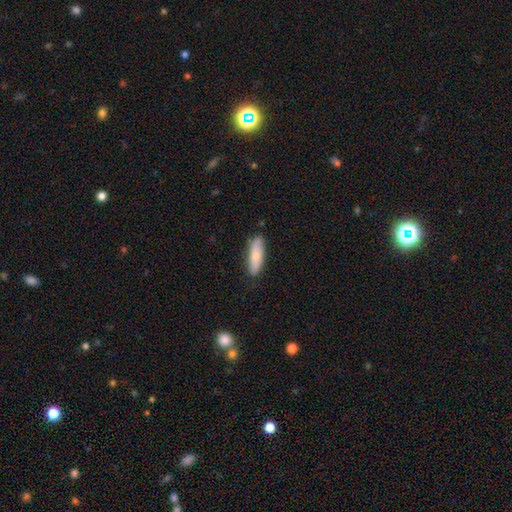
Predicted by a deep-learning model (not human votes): Smooth or featured? smooth (73%)
How rounded? cigar-shaped (51%)
Merging? none (84%)